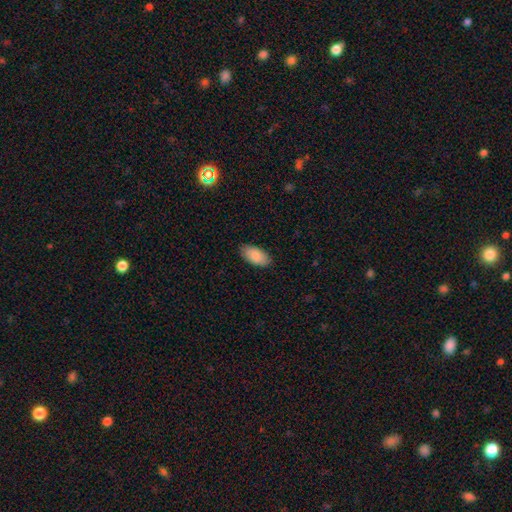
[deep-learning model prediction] Overall: smooth (87%). How rounded: in between (95%). Merging: none (87%).